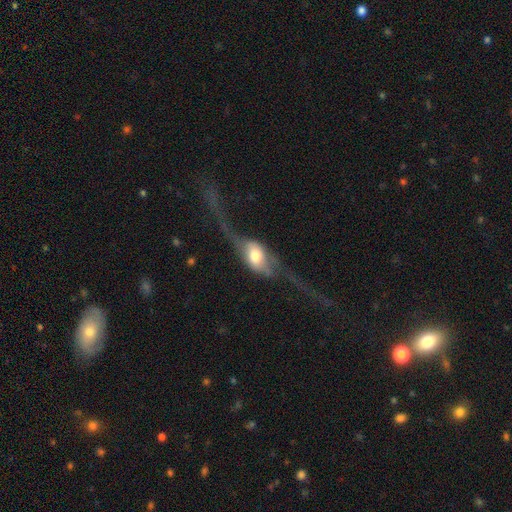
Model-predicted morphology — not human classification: A featured or disk galaxy (60%).

Vote fractions:
- Smooth or featured? featured or disk: 60% / smooth: 34% / star or artifact: 6%
- Edge-on disk? no: 53% / yes: 47%
- Merging? major disturbance: 55% / none: 25% / minor disturbance: 15% / merger: 5%